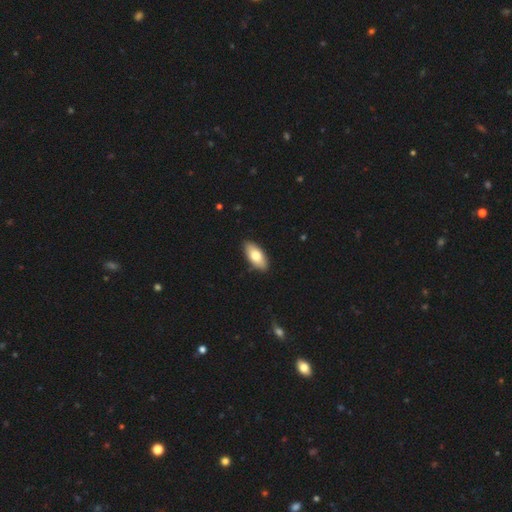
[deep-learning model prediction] Overall: smooth (75%). How rounded: in between (88%). Merging: none (90%).